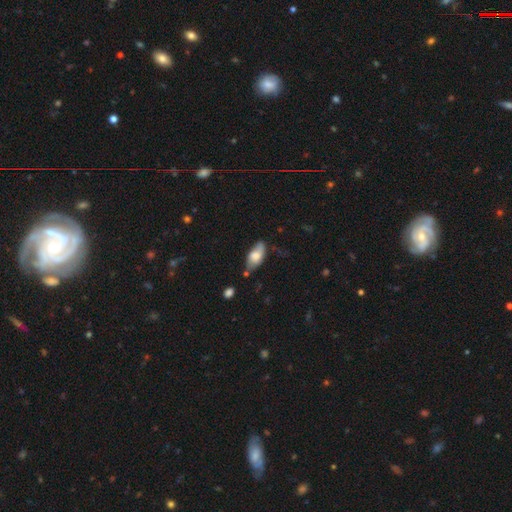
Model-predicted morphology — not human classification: smooth 66%, featured or disk 27%, star or artifact 7%. Down the decision tree: how rounded — in between (89%); merging — none (58%).